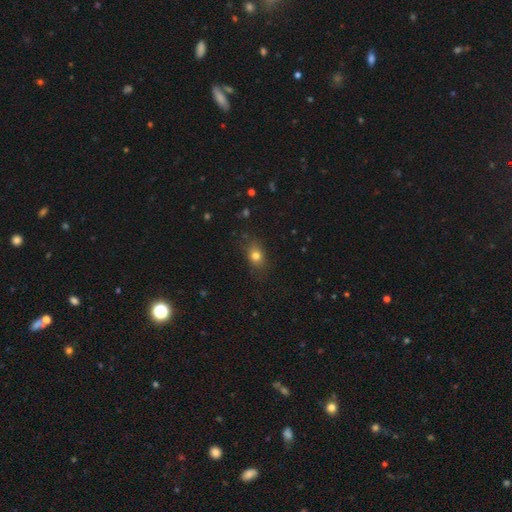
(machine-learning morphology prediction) This is likely a smooth galaxy (78%). How rounded: likely in between (65%). Merging: likely none (79%).